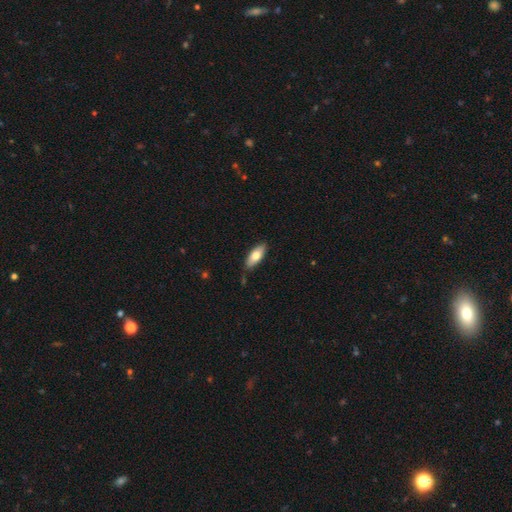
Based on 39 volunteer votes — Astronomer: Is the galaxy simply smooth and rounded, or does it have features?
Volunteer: smooth — 74%.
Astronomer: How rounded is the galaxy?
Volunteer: in between — 76%.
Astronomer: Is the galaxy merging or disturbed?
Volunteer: none — 76%.